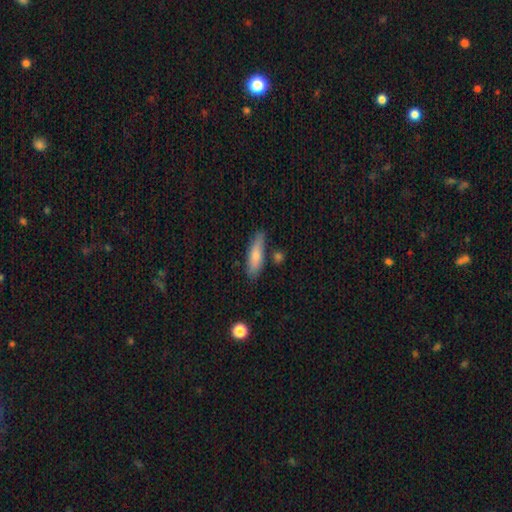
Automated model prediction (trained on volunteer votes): Q: Smooth or featured?
A: smooth (75%); runner-up: featured or disk (19%)
Q: How rounded?
A: cigar-shaped (54%); runner-up: in between (44%)
Q: Merging?
A: none (72%); runner-up: minor disturbance (18%)